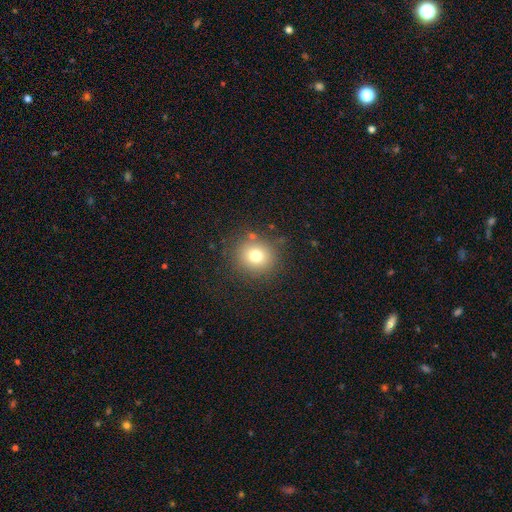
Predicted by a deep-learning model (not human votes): Smooth or featured? Predicted: smooth (p=0.74). How rounded? Predicted: round (p=0.90). Merging? Predicted: none (p=0.84).